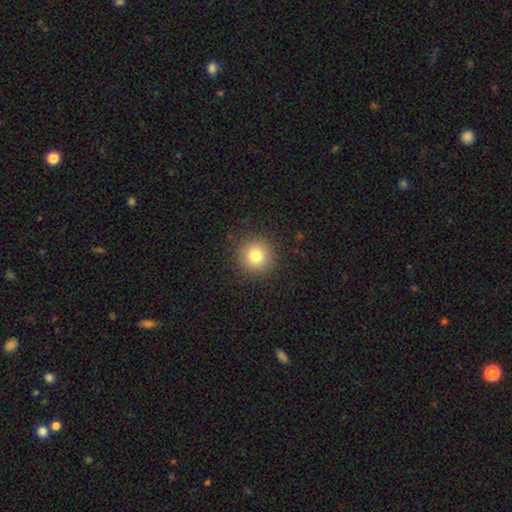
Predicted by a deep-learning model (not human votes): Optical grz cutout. It shows a smooth galaxy with no disk features (80%) that is round (94%). Merging: none (90%).